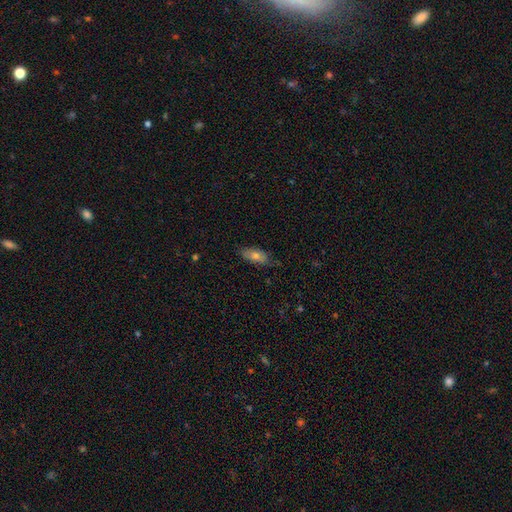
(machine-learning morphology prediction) Q: Smooth or featured?
A: smooth (64%); runner-up: featured or disk (27%)
Q: How rounded?
A: in between (77%); runner-up: cigar-shaped (19%)
Q: Merging?
A: none (75%); runner-up: minor disturbance (20%)